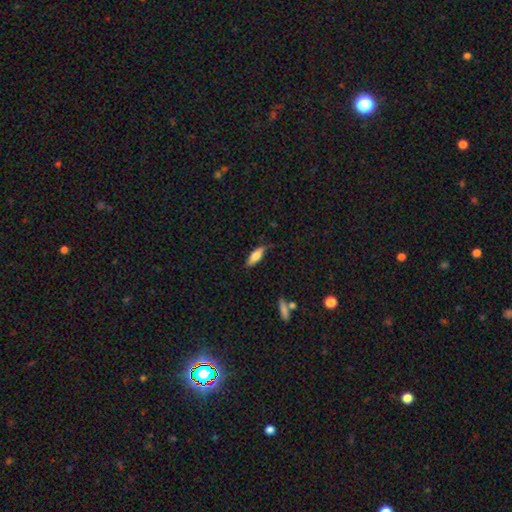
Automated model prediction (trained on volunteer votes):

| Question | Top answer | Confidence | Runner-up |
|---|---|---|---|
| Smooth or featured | smooth | 67% | featured or disk (27%) |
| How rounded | in between | 57% | cigar-shaped (41%) |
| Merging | none | 74% | minor disturbance (20%) |